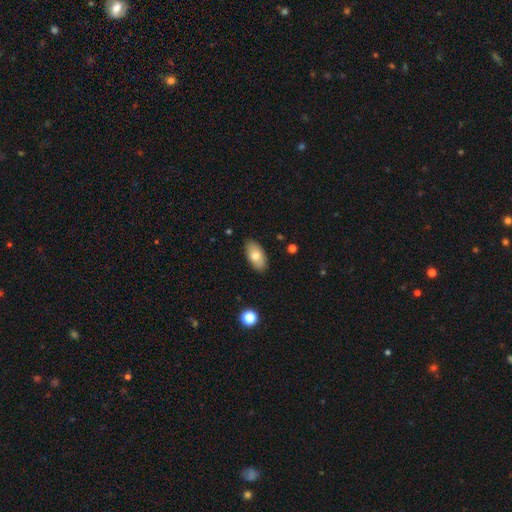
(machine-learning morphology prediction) Overall: smooth (75%). How rounded: in between (93%). Merging: none (85%).